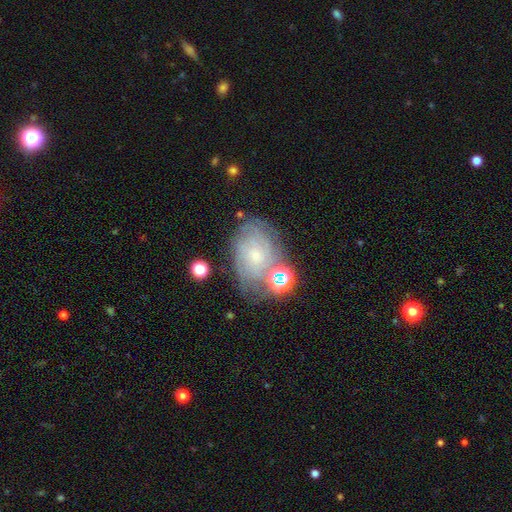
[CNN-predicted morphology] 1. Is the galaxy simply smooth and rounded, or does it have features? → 65% featured or disk, 23% smooth, 12% star or artifact.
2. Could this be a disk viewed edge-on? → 96% no, 4% yes.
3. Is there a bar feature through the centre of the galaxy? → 80% no, 17% weak, 3% strong.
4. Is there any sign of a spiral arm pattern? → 82% yes, 18% no.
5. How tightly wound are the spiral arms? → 68% tight, 24% medium, 8% loose.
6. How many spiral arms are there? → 56% can't tell, 11% 2, 11% 3, 10% 4, 7% more than 4, 5% 1.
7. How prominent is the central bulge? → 78% small, 16% moderate, 3% none, 2% large, 1% dominant.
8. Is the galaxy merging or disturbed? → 59% none, 22% minor disturbance, 10% major disturbance, 9% merger.